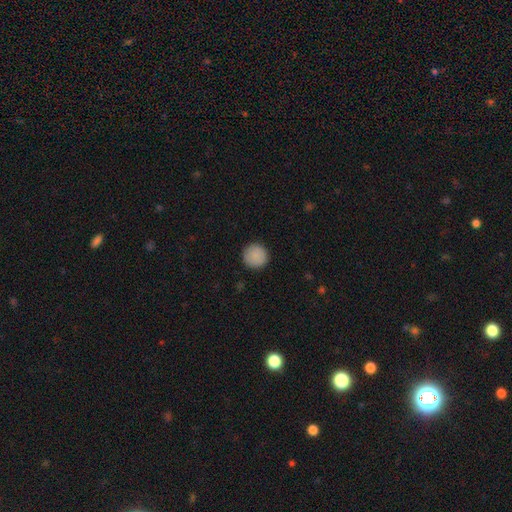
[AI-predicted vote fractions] Morphology: type=smooth (89%); roundness=round (95%); merging=none (92%).